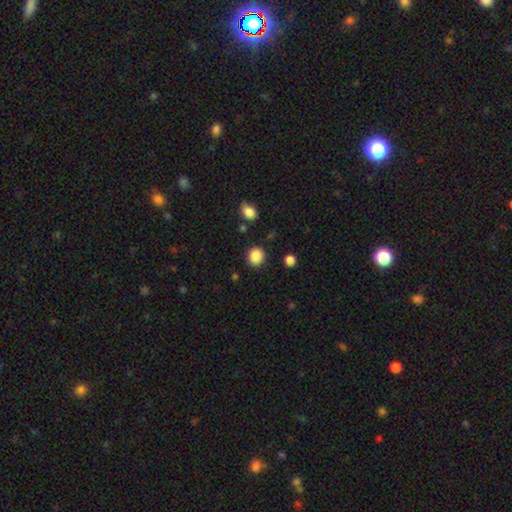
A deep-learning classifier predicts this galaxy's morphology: Smooth or featured: smooth — 87% (star or artifact — 9%)
How rounded: round — 77% (in between — 23%)
Merging: none — 86% (minor disturbance — 9%)